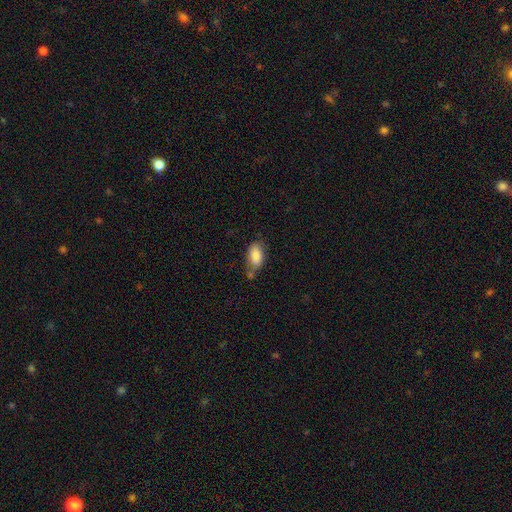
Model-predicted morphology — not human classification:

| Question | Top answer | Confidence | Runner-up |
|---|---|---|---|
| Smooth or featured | smooth | 85% | featured or disk (8%) |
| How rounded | in between | 92% | round (4%) |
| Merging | none | 55% | minor disturbance (25%) |